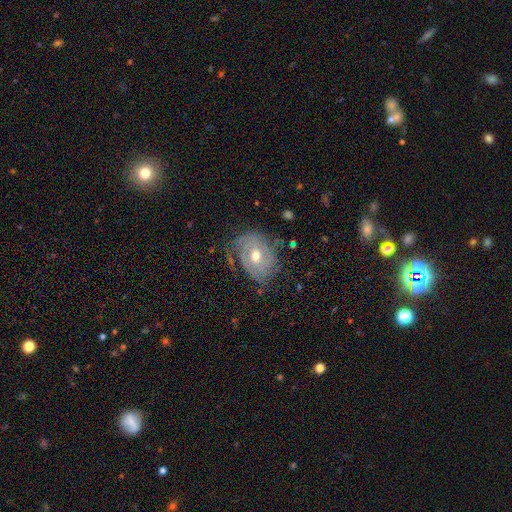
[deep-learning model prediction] A featured or disk galaxy (68%) with no bar (70%), spiral arms (74%) and a moderate central bulge (68%).

Vote fractions:
- Smooth or featured? featured or disk: 68% / smooth: 24% / star or artifact: 8%
- Edge-on disk? no: 95% / yes: 5%
- Bar? no: 70% / weak: 24% / strong: 6%
- Spiral arms? yes: 74% / no: 26%
- Bulge size? moderate: 68% / small: 28% / large: 3% / dominant: 1% / none: 1%
- Merging? none: 65% / minor disturbance: 24% / major disturbance: 10% / merger: 2%